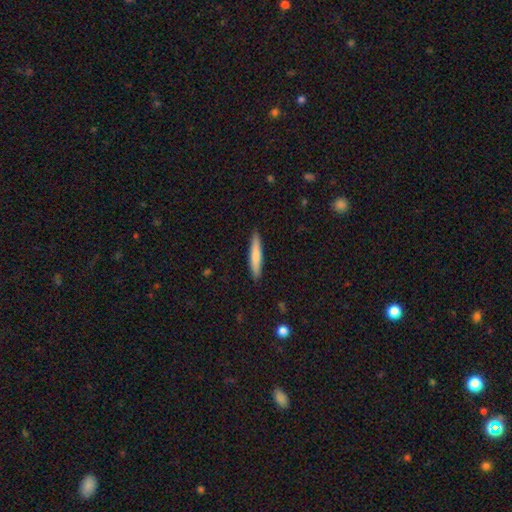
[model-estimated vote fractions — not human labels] Morphology: type=smooth (73%); roundness=cigar-shaped (92%); merging=none (90%).